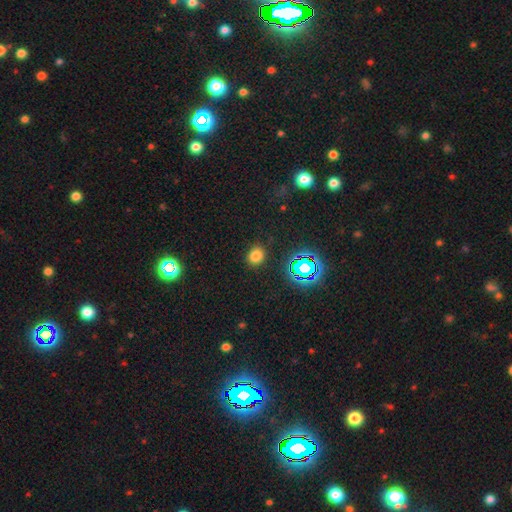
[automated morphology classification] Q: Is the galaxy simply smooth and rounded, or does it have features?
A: smooth — 73%.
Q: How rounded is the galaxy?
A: round — 66%.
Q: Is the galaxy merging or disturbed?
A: none — 86%.